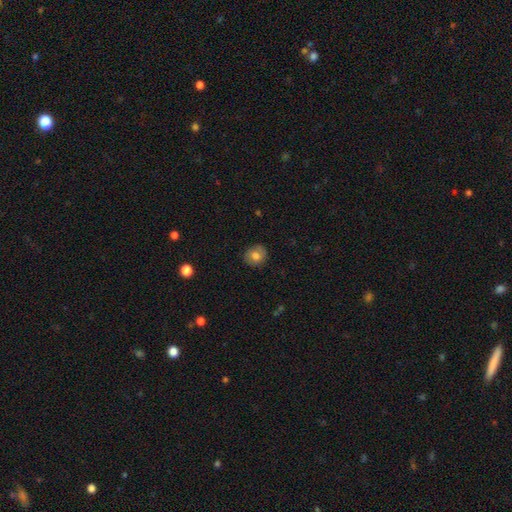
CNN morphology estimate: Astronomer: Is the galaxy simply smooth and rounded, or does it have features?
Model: smooth — 73%.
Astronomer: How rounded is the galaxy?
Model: round — 75%.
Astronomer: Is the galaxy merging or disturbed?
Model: none — 82%.